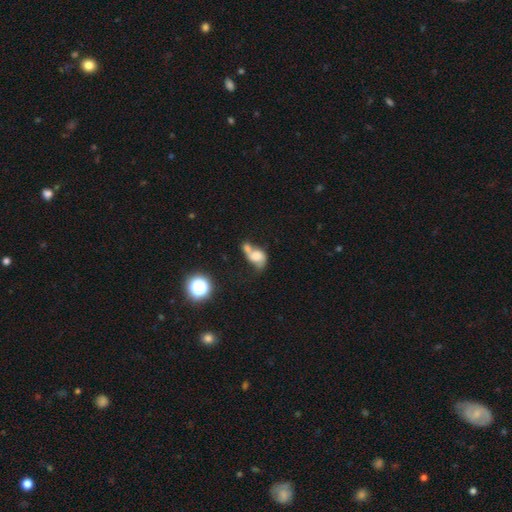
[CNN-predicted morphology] The model was most divided on "smooth or featured": smooth: 57%, featured or disk: 30%, star or artifact: 14%. More confident: how rounded — in between (64%); merging — merger (55%).